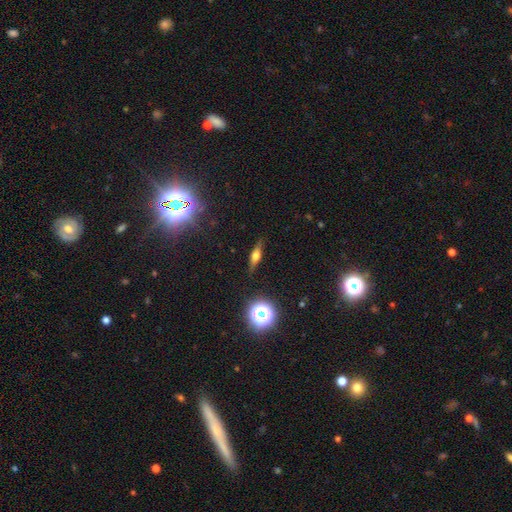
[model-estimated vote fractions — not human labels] Overall: featured or disk (46%; smooth 41%). Merging: none (85%).